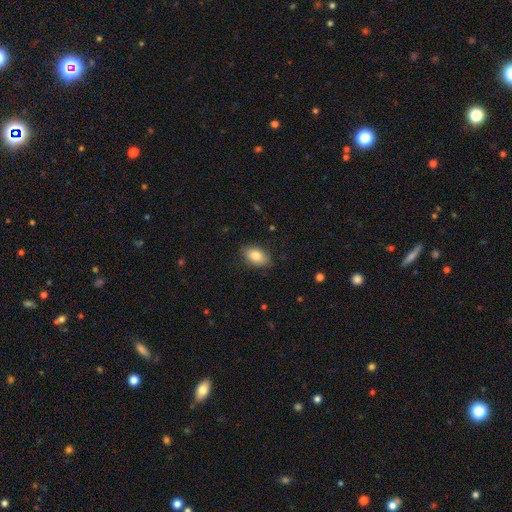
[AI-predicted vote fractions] Overall: smooth (82%). How rounded: in between (90%). Merging: none (81%).